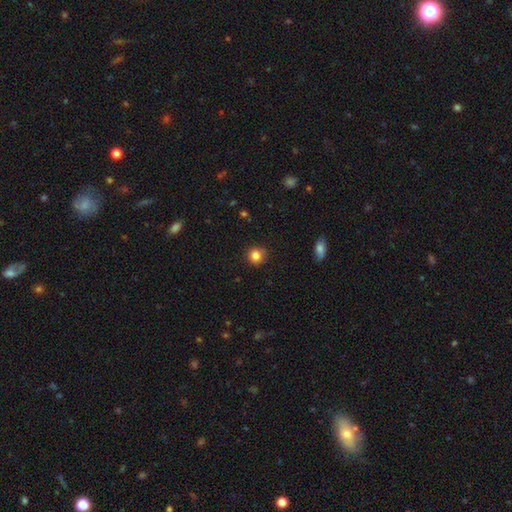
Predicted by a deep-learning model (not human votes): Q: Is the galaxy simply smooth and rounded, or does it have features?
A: smooth — 84%.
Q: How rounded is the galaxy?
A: round — 91%.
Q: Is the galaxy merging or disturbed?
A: none — 87%.